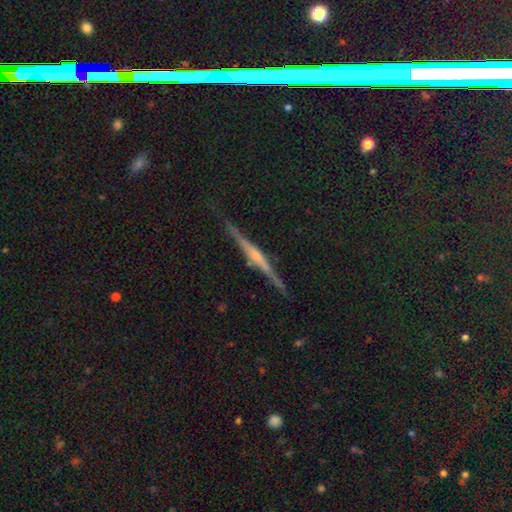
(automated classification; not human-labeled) A featured or disk galaxy (78%) viewed edge-on (98%) with a rounded central bulge (70%).

Vote fractions:
- Smooth or featured? featured or disk: 78% / smooth: 12% / star or artifact: 10%
- Edge-on disk? yes: 98% / no: 2%
- Edge-on bulge? rounded: 70% / none: 18% / boxy: 11%
- Merging? none: 88% / minor disturbance: 9% / major disturbance: 2% / merger: 2%